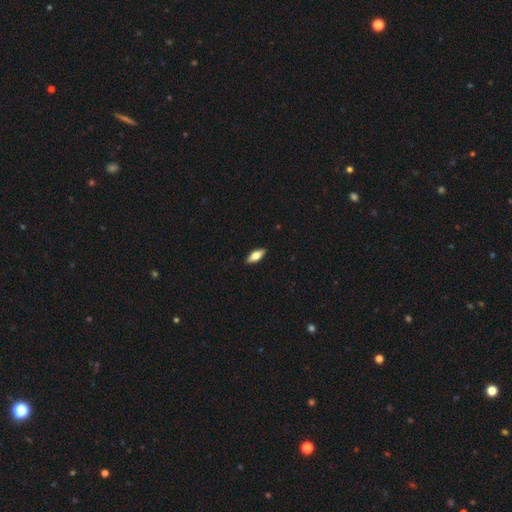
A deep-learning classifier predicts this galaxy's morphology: Smooth or featured?
  - smooth: 56% *
  - featured or disk: 37%
  - star or artifact: 6%
How rounded?
  - in between: 71% *
  - cigar-shaped: 26%
  - round: 3%
Merging?
  - none: 90% *
  - minor disturbance: 8%
  - major disturbance: 2%
  - merger: 1%